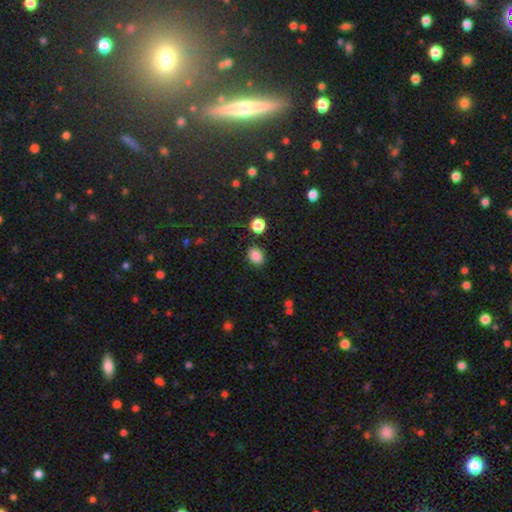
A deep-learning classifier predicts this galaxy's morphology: This appears to be a smooth galaxy with no disk features (85%) that is in between round and cigar-shaped (52%). Merging: none (84%).